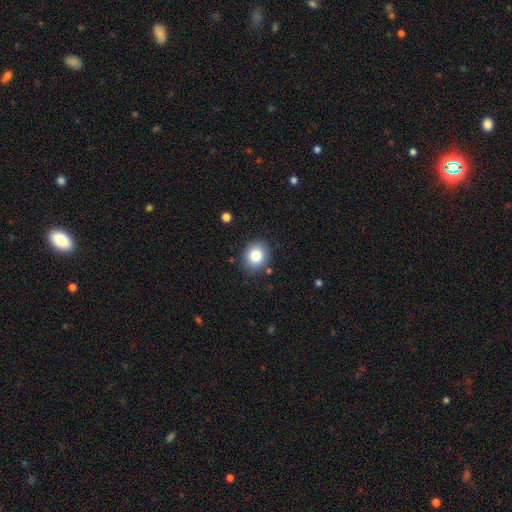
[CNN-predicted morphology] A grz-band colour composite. It shows a smooth galaxy with no disk features (82%) that is round (68%). Merging: none (86%).